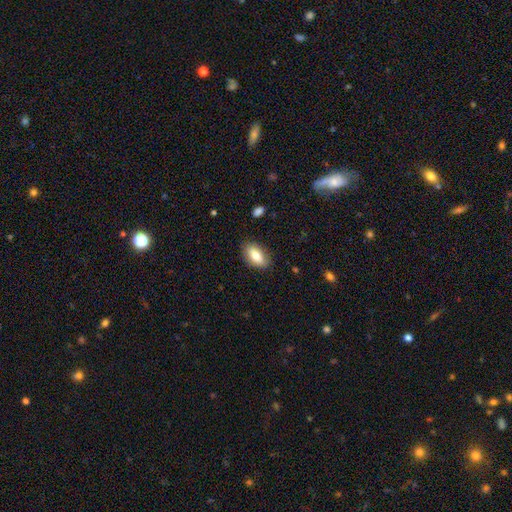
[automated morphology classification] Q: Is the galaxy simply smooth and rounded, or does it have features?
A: smooth — 79%.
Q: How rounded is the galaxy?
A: in between — 91%.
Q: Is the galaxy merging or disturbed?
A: none — 84%.